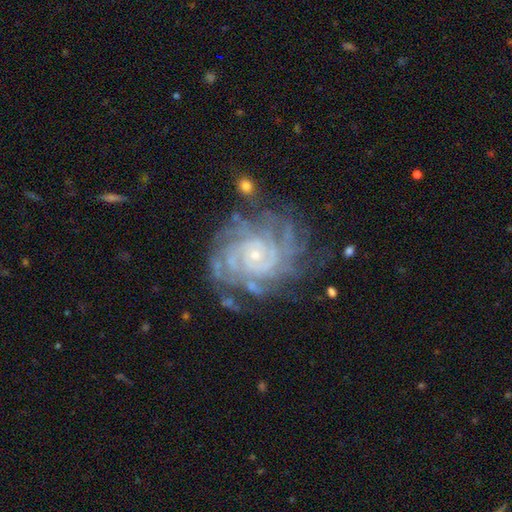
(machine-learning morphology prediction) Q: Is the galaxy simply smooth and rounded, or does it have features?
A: featured or disk — 90%.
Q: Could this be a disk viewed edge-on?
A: no — 98%.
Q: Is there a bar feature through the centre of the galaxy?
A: no — 77%.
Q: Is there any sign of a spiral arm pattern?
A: yes — 98%.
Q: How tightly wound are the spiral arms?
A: tight — 80%.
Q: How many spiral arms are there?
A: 4 — 24%, tied with can't tell.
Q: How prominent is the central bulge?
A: small — 82%.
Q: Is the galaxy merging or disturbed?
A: none — 65%.